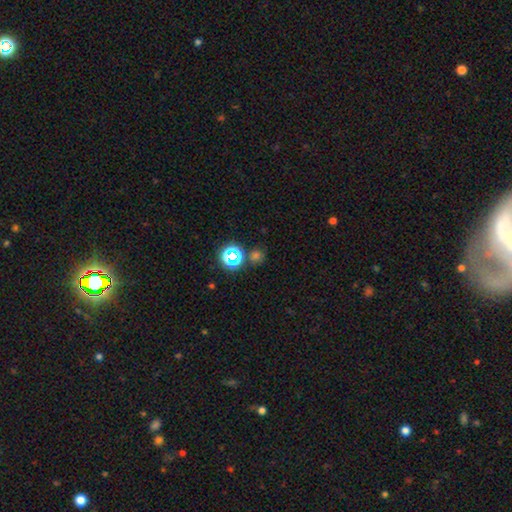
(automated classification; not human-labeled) smooth-or-featured: smooth: 50% | star or artifact: 43% | featured or disk: 7%
  how-rounded: round: 87% | in between: 12% | cigar-shaped: 1%
  merging: none: 75% | merger: 12% | minor disturbance: 9% | major disturbance: 4%